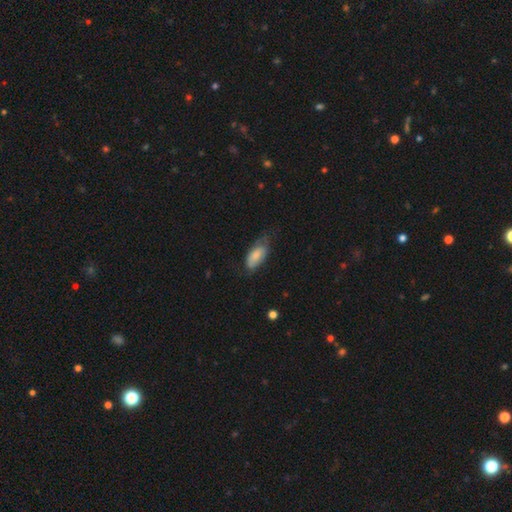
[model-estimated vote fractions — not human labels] smooth_or_featured: smooth (p=0.73) [alt: featured or disk p=0.21]
how_rounded: in between (p=0.89) [alt: cigar-shaped p=0.09]
merging: none (p=0.46) [alt: minor disturbance p=0.36]